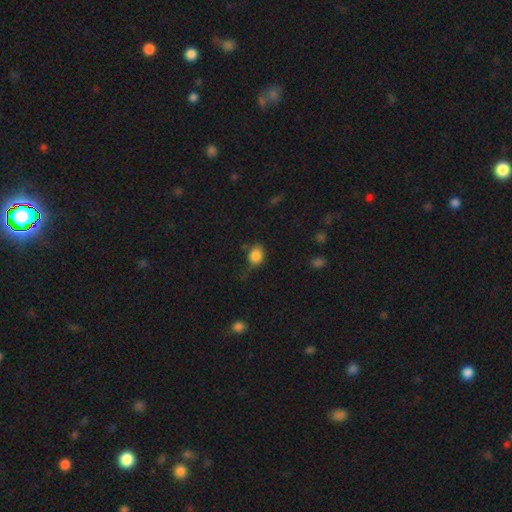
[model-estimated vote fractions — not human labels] Q: Smooth or featured?
A: smooth (85%); runner-up: star or artifact (9%)
Q: How rounded?
A: round (57%); runner-up: in between (42%)
Q: Merging?
A: none (51%); runner-up: minor disturbance (32%)